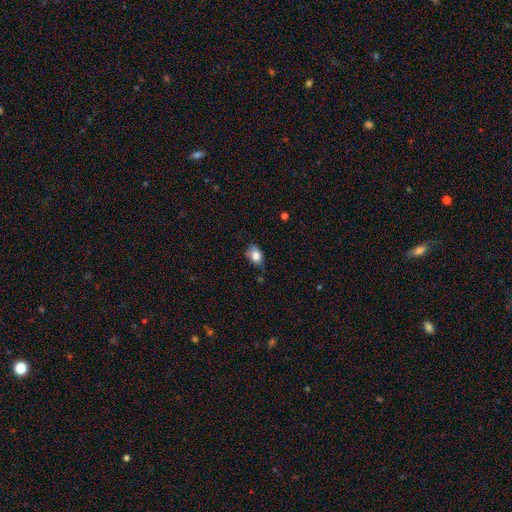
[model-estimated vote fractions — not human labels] Smooth or featured: smooth — 80% (featured or disk — 12%)
How rounded: in between — 77% (round — 20%)
Merging: none — 60% (minor disturbance — 32%)